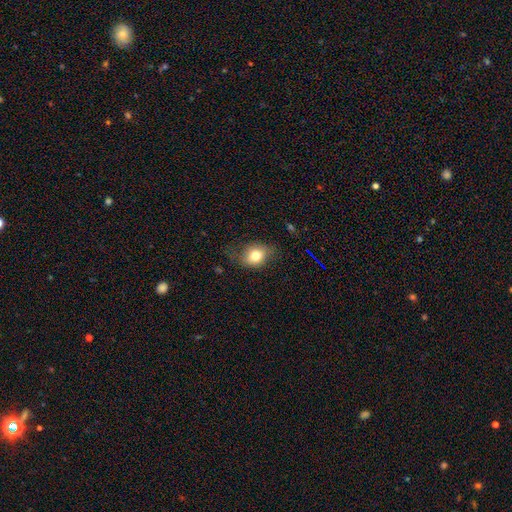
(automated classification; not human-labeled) Q: Smooth or featured?
A: smooth (74%); runner-up: featured or disk (16%)
Q: How rounded?
A: in between (56%); runner-up: round (43%)
Q: Merging?
A: none (64%); runner-up: minor disturbance (25%)